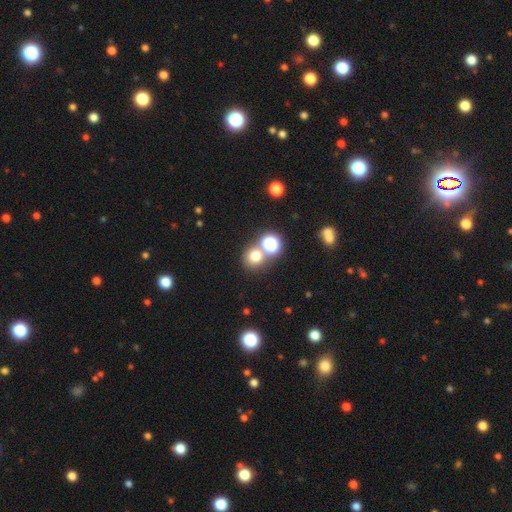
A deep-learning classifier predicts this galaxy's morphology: This is likely a smooth galaxy (69%). How rounded: clearly round (88%). Merging: likely none (63%).